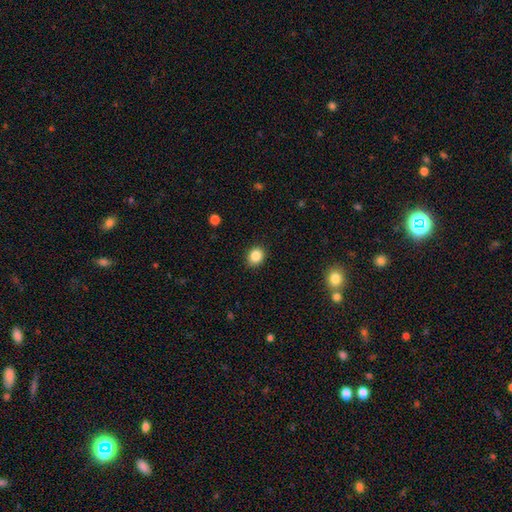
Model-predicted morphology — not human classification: A smooth galaxy with no disk features (85%) that is round (58%).

Vote fractions:
- Smooth or featured? smooth: 85% / star or artifact: 10% / featured or disk: 5%
- How rounded? round: 58% / in between: 41% / cigar-shaped: 1%
- Merging? none: 89% / minor disturbance: 8% / major disturbance: 2% / merger: 1%